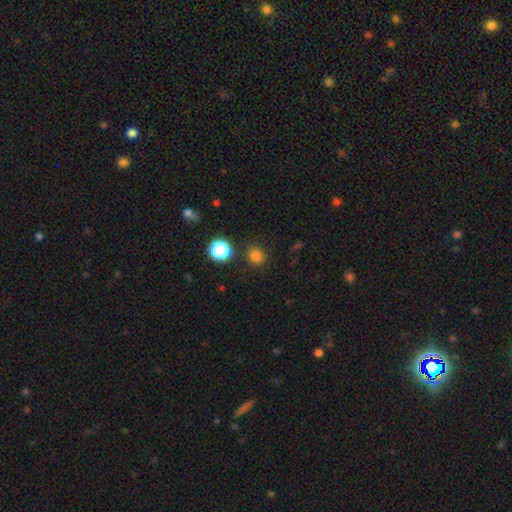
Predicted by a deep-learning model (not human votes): Smooth or featured? Predicted: smooth (p=0.79). How rounded? Predicted: round (p=0.76). Merging? Predicted: none (p=0.84).